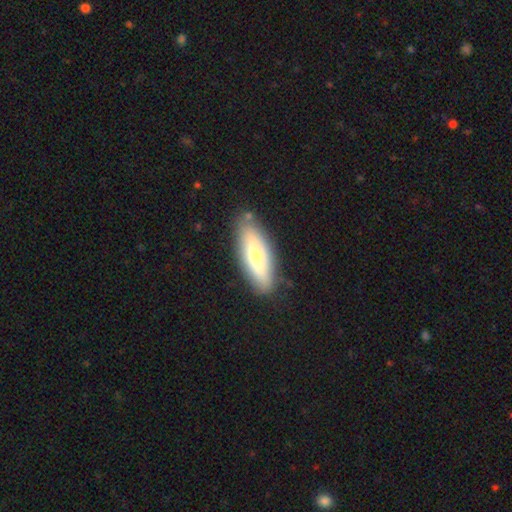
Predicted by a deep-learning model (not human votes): Smooth or featured: smooth — 63% (featured or disk — 29%)
How rounded: in between — 50% (cigar-shaped — 48%)
Merging: none — 84% (minor disturbance — 12%)